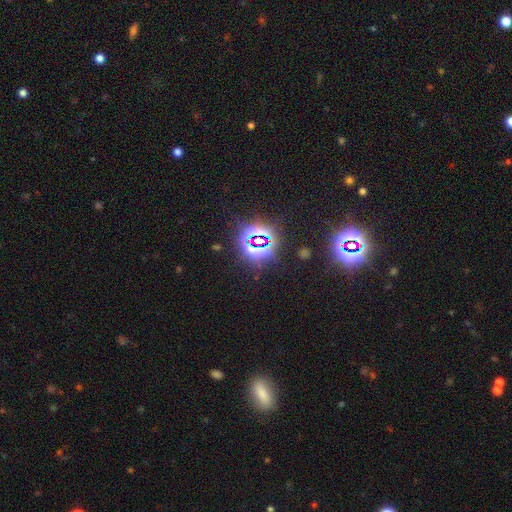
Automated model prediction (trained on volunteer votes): A star or artifact, not a galaxy (78%).